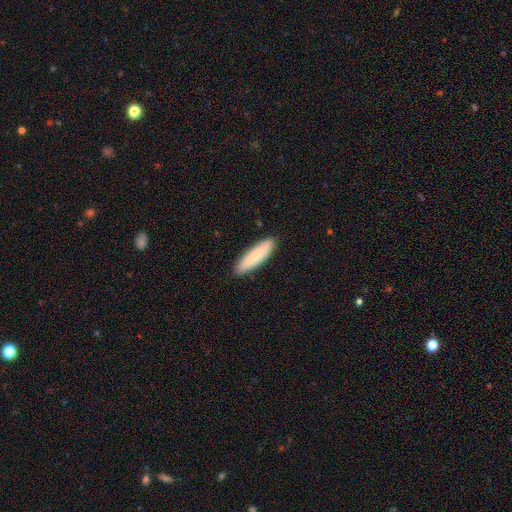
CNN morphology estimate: Smooth or featured? smooth (79%)
How rounded? cigar-shaped (66%)
Merging? none (89%)